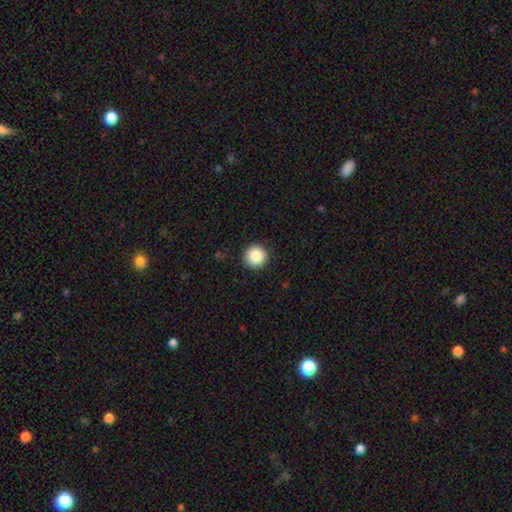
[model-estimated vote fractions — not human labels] Q: Smooth or featured?
A: smooth (87%); runner-up: star or artifact (9%)
Q: How rounded?
A: round (96%); runner-up: in between (3%)
Q: Merging?
A: none (92%); runner-up: minor disturbance (5%)